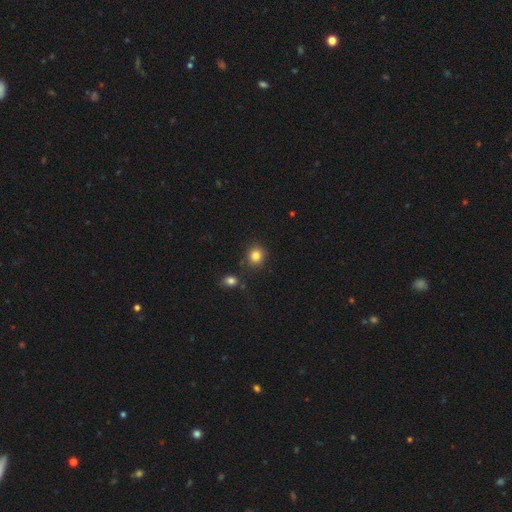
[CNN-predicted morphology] This is clearly a smooth galaxy (84%). How rounded: clearly round (86%). Merging: clearly none (83%).